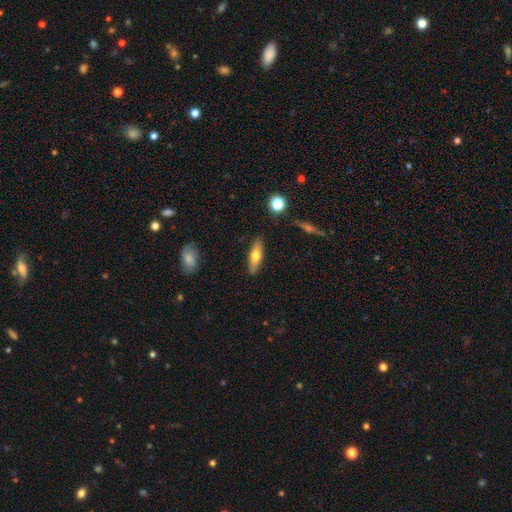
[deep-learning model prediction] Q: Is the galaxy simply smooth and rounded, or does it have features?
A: smooth — 64%.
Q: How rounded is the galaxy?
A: in between — 49%.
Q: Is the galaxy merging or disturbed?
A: none — 87%.